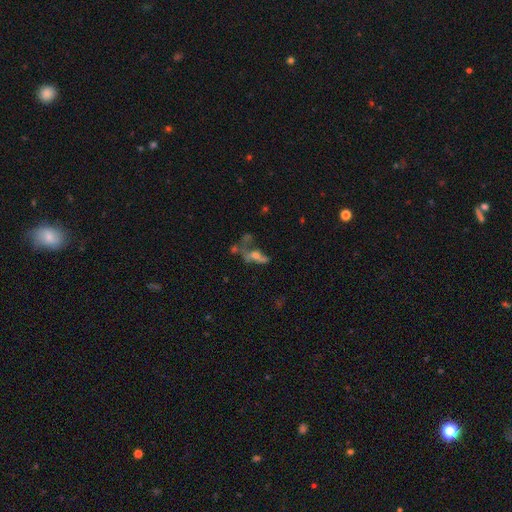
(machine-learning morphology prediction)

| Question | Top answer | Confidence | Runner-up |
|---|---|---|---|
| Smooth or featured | featured or disk | 46% | smooth (36%) |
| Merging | merger | 31% | major disturbance (30%) |